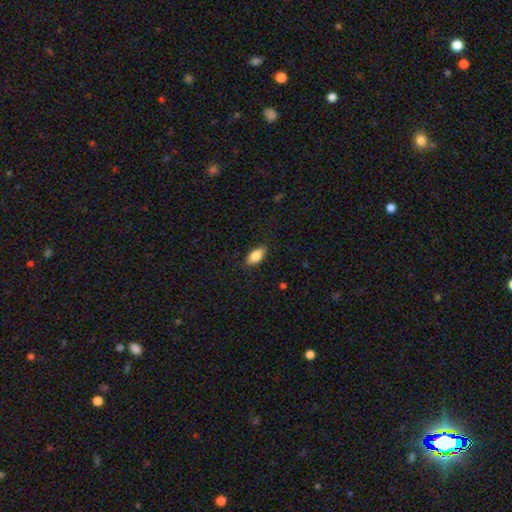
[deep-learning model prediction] This is clearly a smooth galaxy (84%). How rounded: clearly in between (89%). Merging: clearly none (86%).